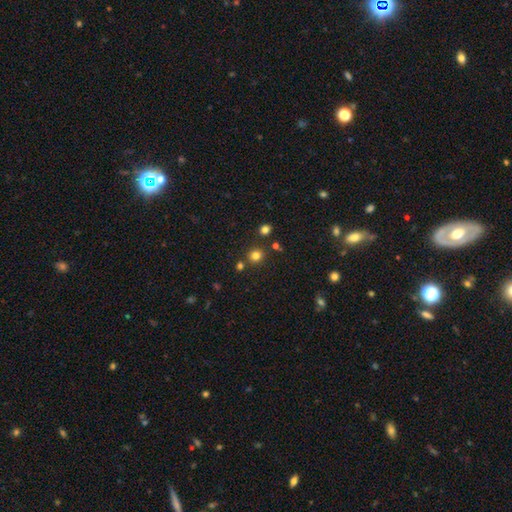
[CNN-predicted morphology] Q: Smooth or featured?
A: smooth (78%); runner-up: star or artifact (17%)
Q: How rounded?
A: round (90%); runner-up: in between (10%)
Q: Merging?
A: none (82%); runner-up: merger (9%)